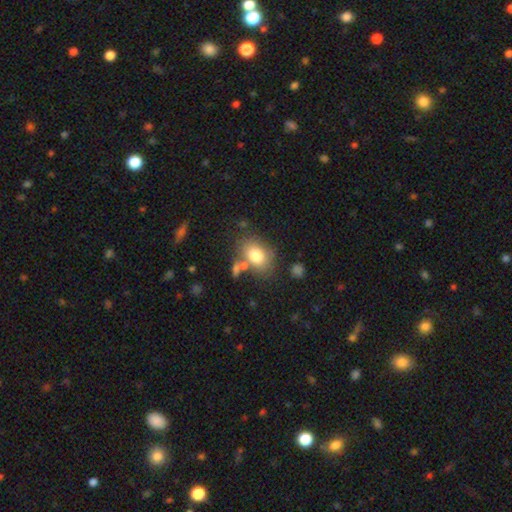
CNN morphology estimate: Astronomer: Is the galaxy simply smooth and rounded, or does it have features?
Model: smooth — 78%.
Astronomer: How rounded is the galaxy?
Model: in between — 72%.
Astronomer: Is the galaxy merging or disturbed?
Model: none — 63%.